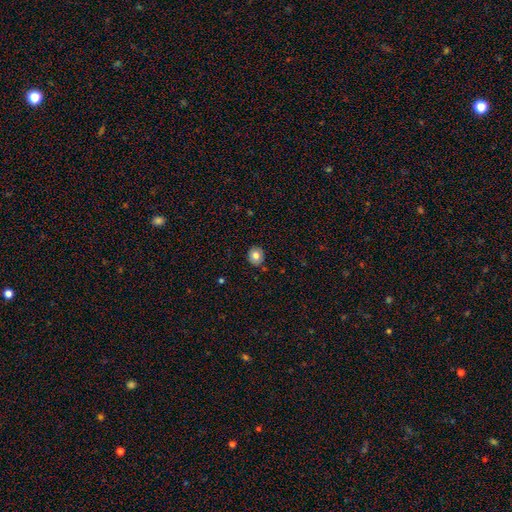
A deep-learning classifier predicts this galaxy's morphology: Smooth or featured?
  - smooth: 79% *
  - featured or disk: 12%
  - star or artifact: 10%
How rounded?
  - round: 81% *
  - in between: 18%
  - cigar-shaped: 1%
Merging?
  - none: 88% *
  - minor disturbance: 8%
  - major disturbance: 2%
  - merger: 1%